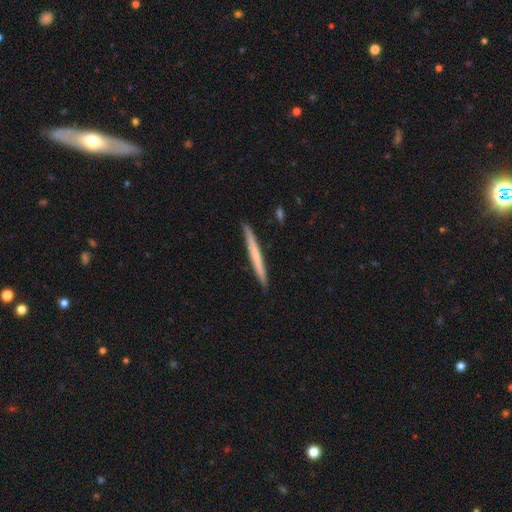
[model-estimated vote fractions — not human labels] Smooth or featured? smooth (53%)
How rounded? cigar-shaped (97%)
Merging? none (92%)